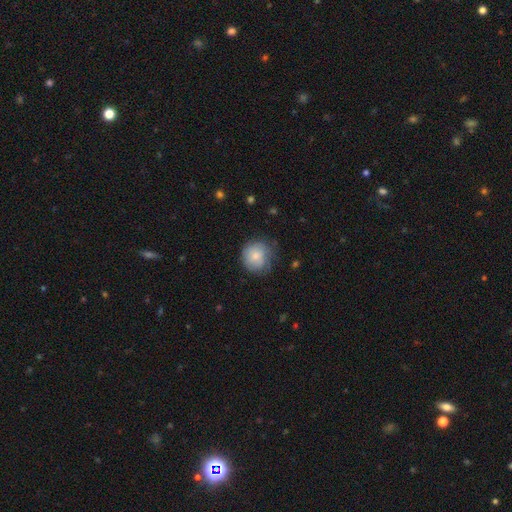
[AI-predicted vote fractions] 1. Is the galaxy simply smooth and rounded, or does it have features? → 76% smooth, 17% featured or disk, 7% star or artifact.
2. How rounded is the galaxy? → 87% round, 12% in between, 1% cigar-shaped.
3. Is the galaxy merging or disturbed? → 65% none, 26% minor disturbance, 8% major disturbance, 1% merger.